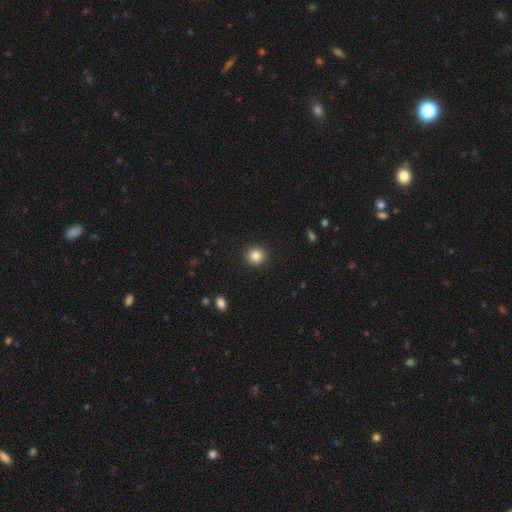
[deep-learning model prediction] Smooth or featured? smooth (85%)
How rounded? round (89%)
Merging? none (92%)